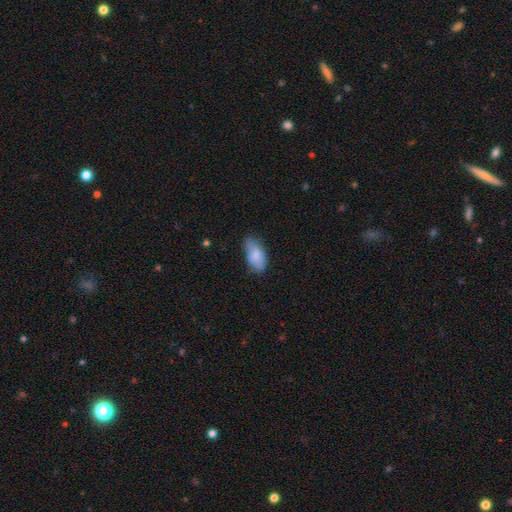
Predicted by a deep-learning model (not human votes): This appears to be a smooth galaxy with no disk features (83%) that is in between round and cigar-shaped (93%). Merging: none (67%).